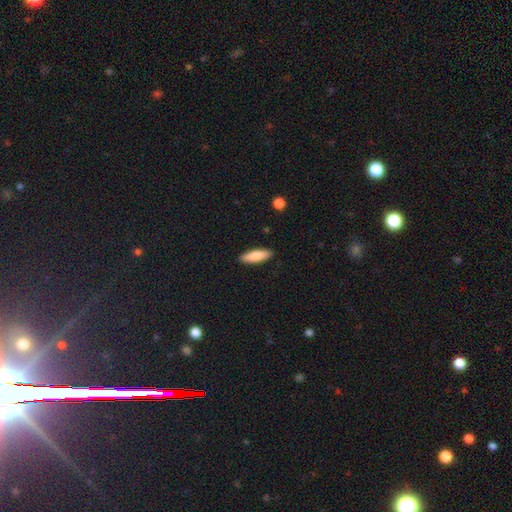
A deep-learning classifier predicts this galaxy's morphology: smooth 84%, featured or disk 11%, star or artifact 6%. Down the decision tree: how rounded — cigar-shaped (55%); merging — none (90%).